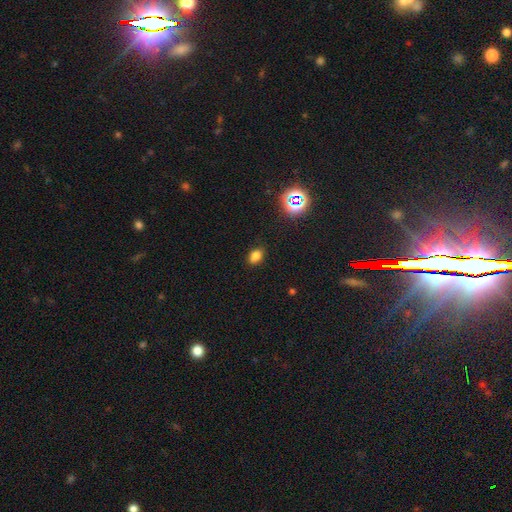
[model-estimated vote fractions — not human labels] Smooth or featured? smooth (77%)
How rounded? in between (80%)
Merging? none (85%)